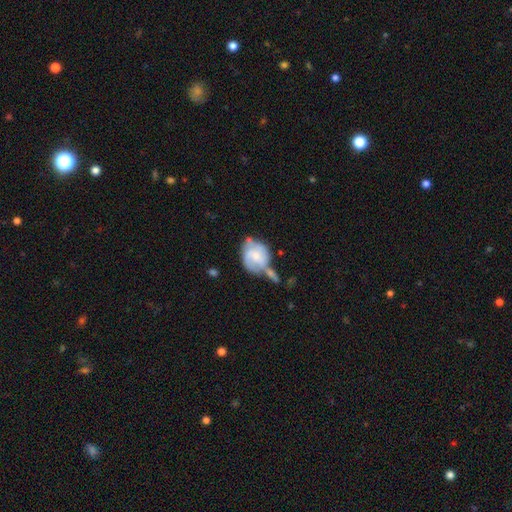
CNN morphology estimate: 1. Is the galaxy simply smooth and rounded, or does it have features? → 63% featured or disk, 30% smooth, 6% star or artifact.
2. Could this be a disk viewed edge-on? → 97% no, 3% yes.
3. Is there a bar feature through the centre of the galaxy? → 56% no, 37% weak, 7% strong.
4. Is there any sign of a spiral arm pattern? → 81% yes, 19% no.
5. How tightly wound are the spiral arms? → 44% medium, 34% tight, 22% loose.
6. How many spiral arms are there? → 55% 2, 23% can't tell, 12% 3, 6% 1, 3% 4, 2% more than 4.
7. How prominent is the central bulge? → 45% small, 40% moderate, 9% none, 5% large, 1% dominant.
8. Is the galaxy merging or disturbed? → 32% merger, 30% none, 22% minor disturbance, 16% major disturbance.